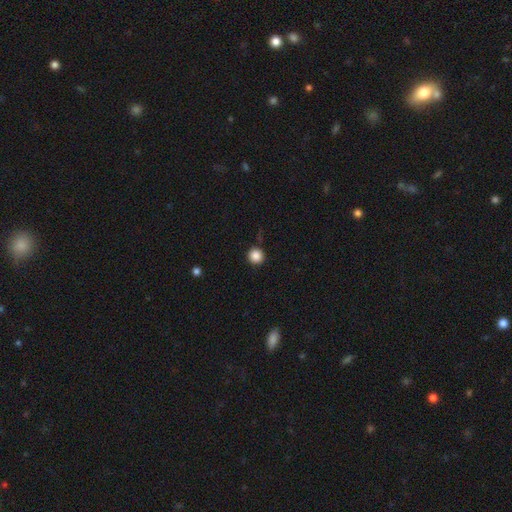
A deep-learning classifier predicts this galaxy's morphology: Smooth or featured? smooth (87%)
How rounded? round (96%)
Merging? none (90%)